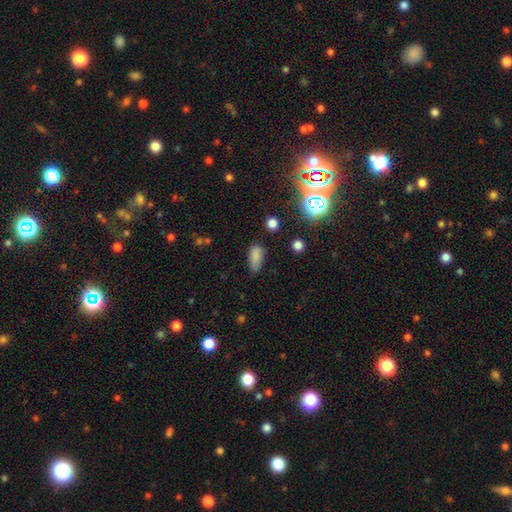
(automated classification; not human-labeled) This appears to be a smooth galaxy with no disk features (79%) that is in between round and cigar-shaped (86%). Merging: none (61%).